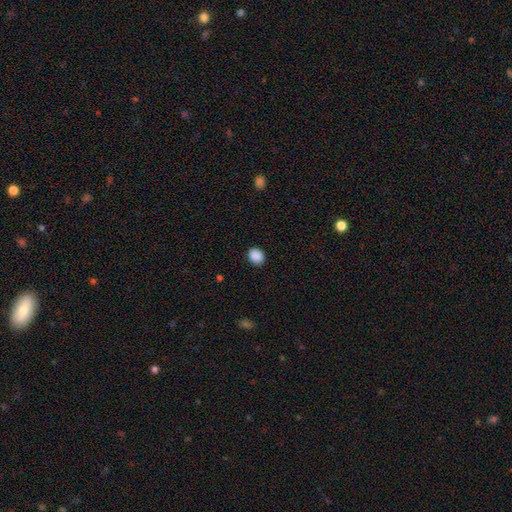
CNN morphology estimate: A smooth galaxy with no disk features (89%) that is round (51%).

Vote fractions:
- Smooth or featured? smooth: 89% / star or artifact: 8% / featured or disk: 3%
- How rounded? round: 51% / in between: 48% / cigar-shaped: 1%
- Merging? none: 88% / minor disturbance: 9% / major disturbance: 2% / merger: 1%